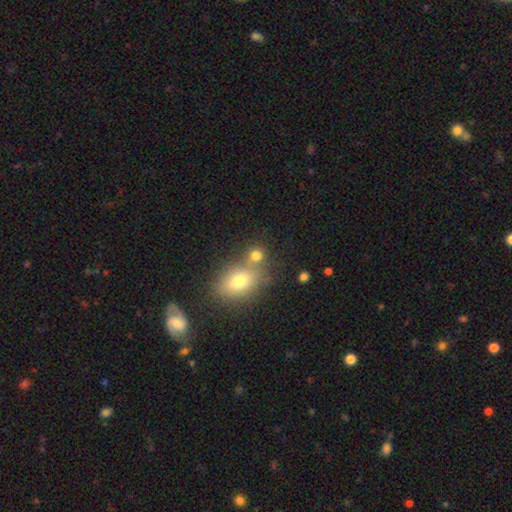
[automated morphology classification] A smooth galaxy with no disk features (77%) that is round (67%). Merging: none (51%).